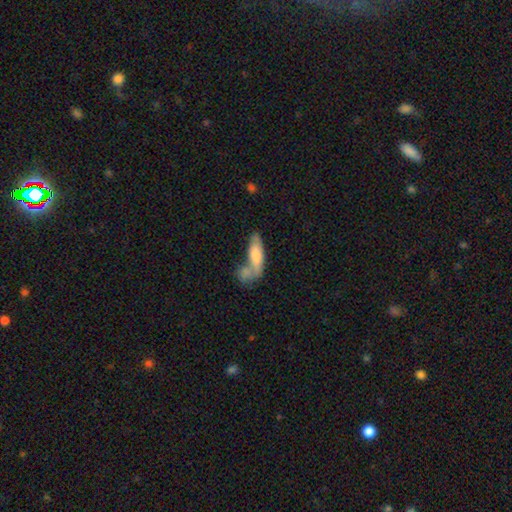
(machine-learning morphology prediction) Smooth or featured? Predicted: smooth (p=0.73). How rounded? Predicted: in between (p=0.55). Merging? Predicted: merger (p=0.43).